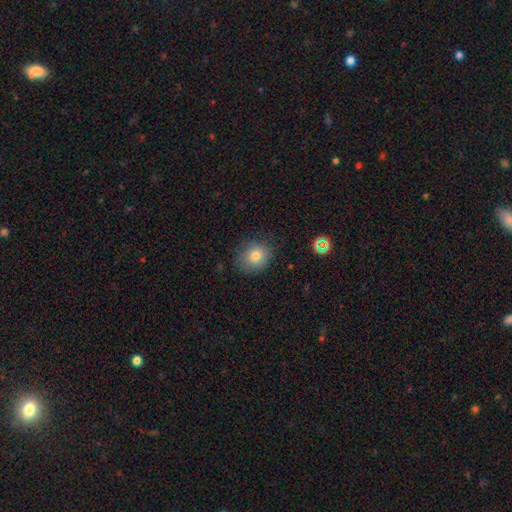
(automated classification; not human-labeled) This is likely a smooth galaxy (79%). How rounded: likely round (79%). Merging: clearly none (81%).